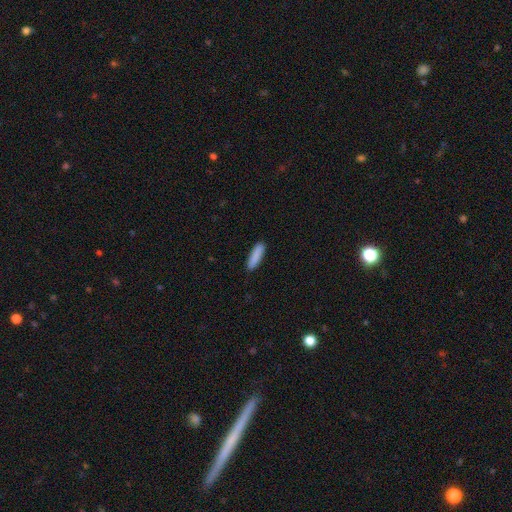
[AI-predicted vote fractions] Overall: smooth (89%). How rounded: cigar-shaped (72%). Merging: none (90%).